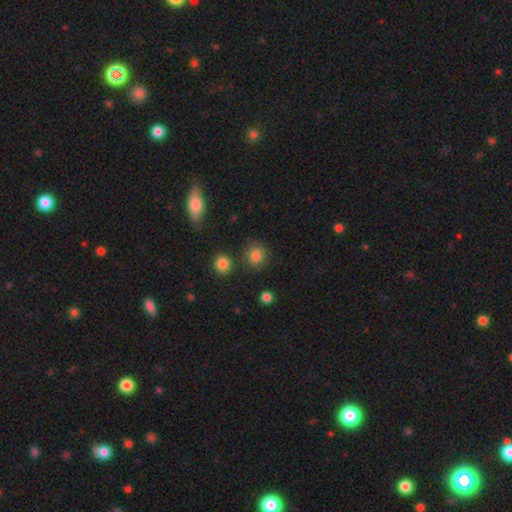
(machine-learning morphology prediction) Smooth or featured? smooth (81%)
How rounded? round (84%)
Merging? none (79%)